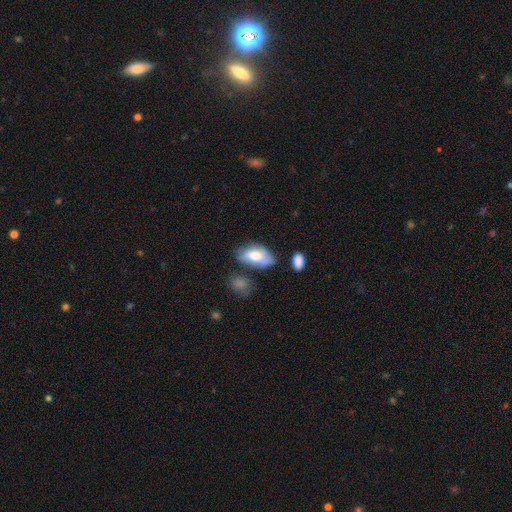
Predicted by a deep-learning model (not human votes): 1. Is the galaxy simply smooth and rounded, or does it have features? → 67% smooth, 26% featured or disk, 7% star or artifact.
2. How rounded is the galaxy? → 93% in between, 5% round, 3% cigar-shaped.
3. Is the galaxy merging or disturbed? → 42% none, 33% minor disturbance, 15% major disturbance, 10% merger.